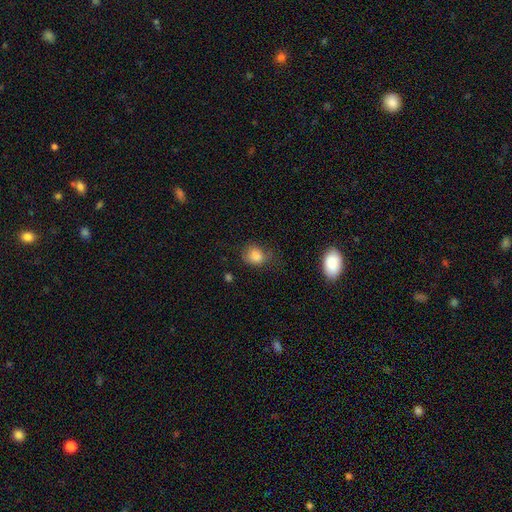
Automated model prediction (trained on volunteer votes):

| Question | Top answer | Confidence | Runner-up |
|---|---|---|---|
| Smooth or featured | smooth | 82% | star or artifact (10%) |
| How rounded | round | 60% | in between (38%) |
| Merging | none | 56% | minor disturbance (29%) |